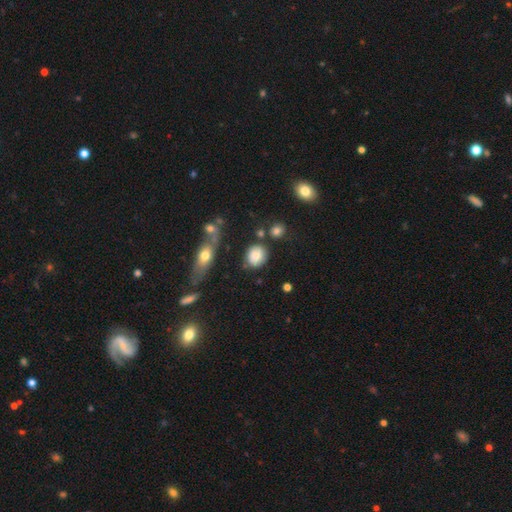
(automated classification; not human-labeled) Smooth or featured: smooth — 81% (featured or disk — 10%)
How rounded: round — 65% (in between — 33%)
Merging: none — 66% (minor disturbance — 19%)